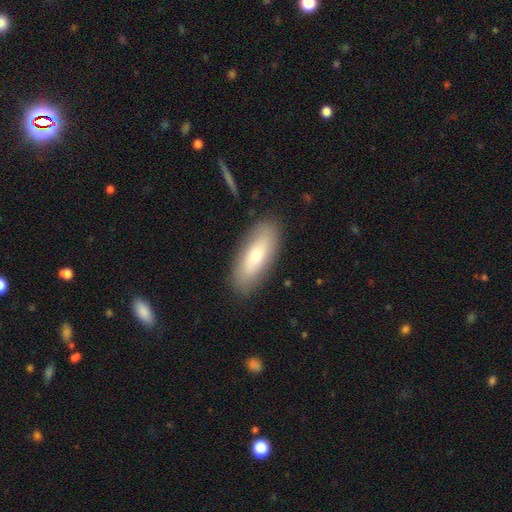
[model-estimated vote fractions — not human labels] smooth 64%, featured or disk 29%, star or artifact 7%. Down the decision tree: how rounded — in between (77%); merging — none (86%).